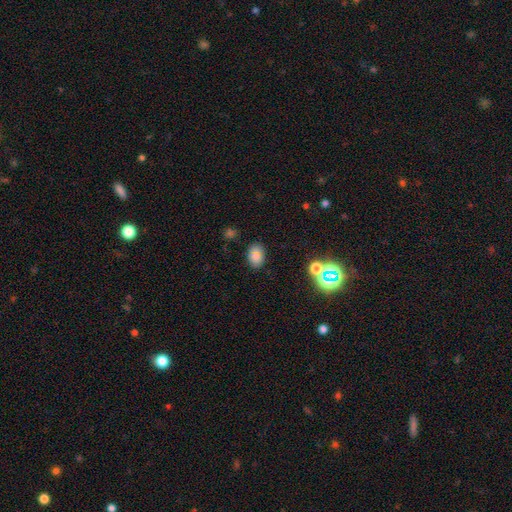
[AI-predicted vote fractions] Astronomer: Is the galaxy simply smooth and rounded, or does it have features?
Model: smooth — 83%.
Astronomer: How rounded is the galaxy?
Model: in between — 82%.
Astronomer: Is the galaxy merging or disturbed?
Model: none — 83%.